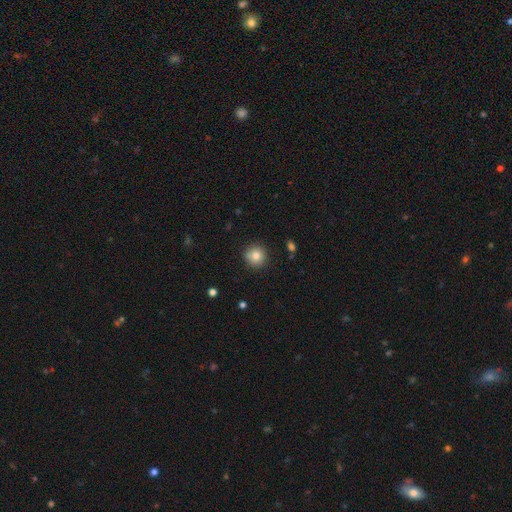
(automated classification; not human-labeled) This appears to be a smooth galaxy with no disk features (82%) that is round (93%). Merging: none (86%).